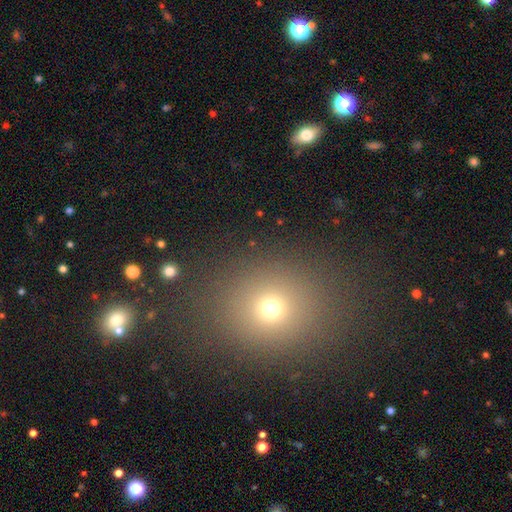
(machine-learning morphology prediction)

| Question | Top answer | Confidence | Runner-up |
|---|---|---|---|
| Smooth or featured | smooth | 60% | star or artifact (31%) |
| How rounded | round | 61% | in between (38%) |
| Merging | none | 87% | minor disturbance (7%) |